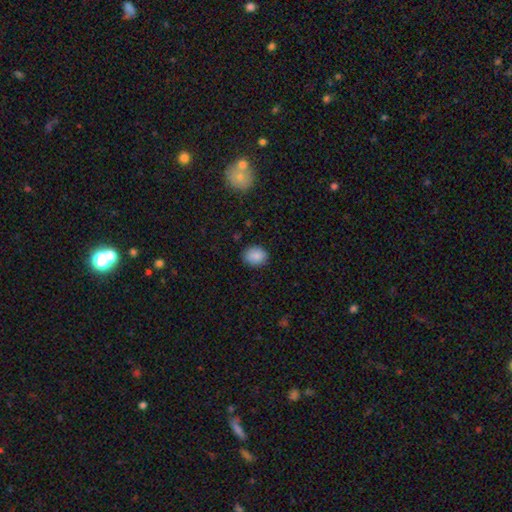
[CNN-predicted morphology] A smooth galaxy with no disk features (87%) that is round (51%). Merging: none (87%).